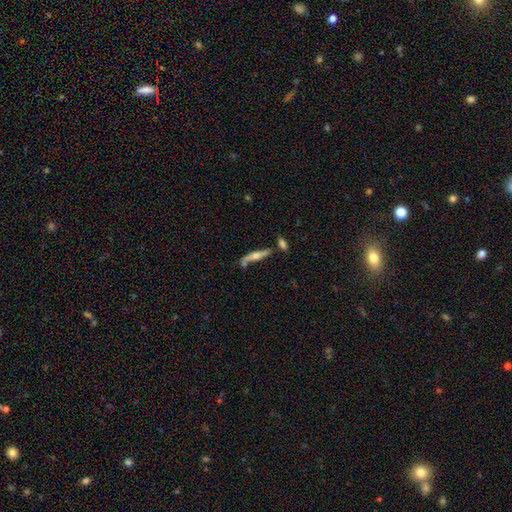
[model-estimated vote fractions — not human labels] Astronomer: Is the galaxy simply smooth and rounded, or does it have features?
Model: featured or disk — 63%.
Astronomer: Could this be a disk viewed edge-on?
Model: yes — 86%.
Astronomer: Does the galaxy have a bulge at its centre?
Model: rounded — 86%.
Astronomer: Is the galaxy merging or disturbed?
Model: none — 65%.